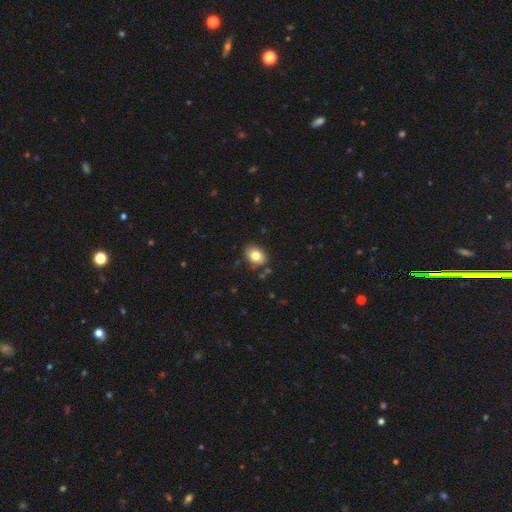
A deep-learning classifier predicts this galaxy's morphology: Smooth or featured?
  - smooth: 81% *
  - featured or disk: 10%
  - star or artifact: 9%
How rounded?
  - in between: 71% *
  - round: 28%
  - cigar-shaped: 1%
Merging?
  - none: 82% *
  - minor disturbance: 12%
  - merger: 3%
  - major disturbance: 3%